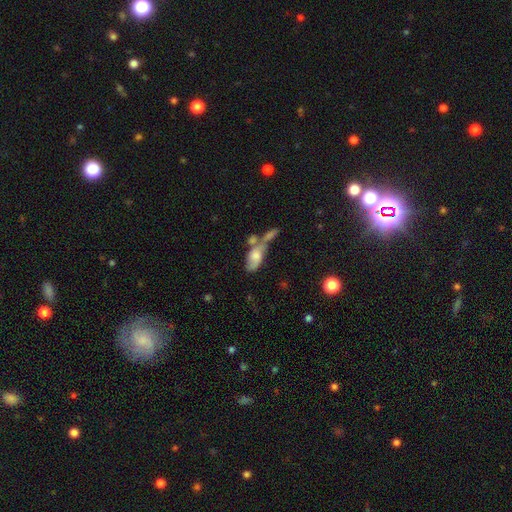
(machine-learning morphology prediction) smooth_or_featured: smooth (p=0.54) [alt: featured or disk p=0.37]
how_rounded: in between (p=0.84) [alt: cigar-shaped p=0.10]
merging: merger (p=0.53) [alt: none p=0.20]